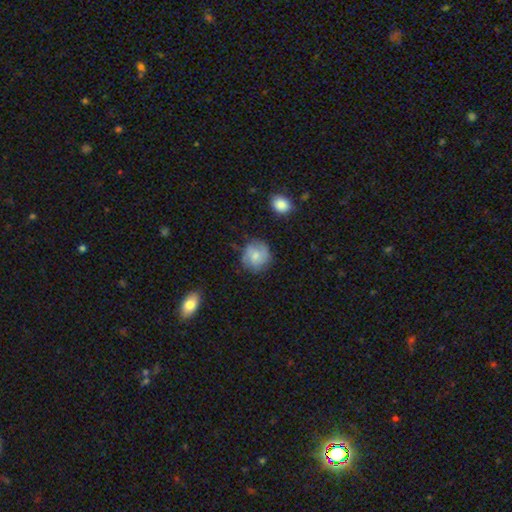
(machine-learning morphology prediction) This appears to be a smooth galaxy with no disk features (57%) that is round (87%). Merging: none (72%).